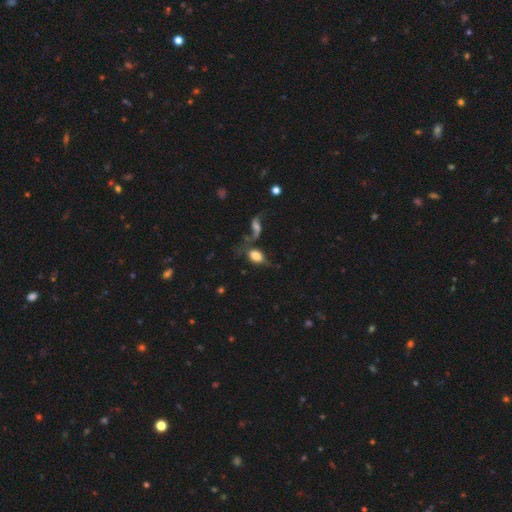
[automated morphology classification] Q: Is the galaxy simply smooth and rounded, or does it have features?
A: smooth — 69%.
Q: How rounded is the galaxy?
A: in between — 82%.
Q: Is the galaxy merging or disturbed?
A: none — 39%.